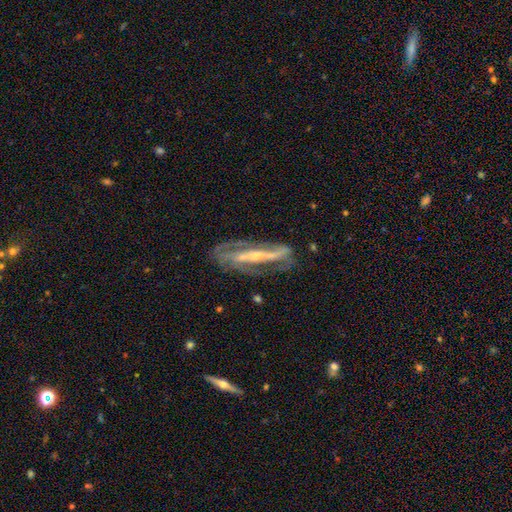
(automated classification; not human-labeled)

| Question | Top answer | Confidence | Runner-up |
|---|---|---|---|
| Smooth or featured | featured or disk | 81% | smooth (11%) |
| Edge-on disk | no | 60% | yes (40%) |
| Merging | none | 70% | minor disturbance (18%) |